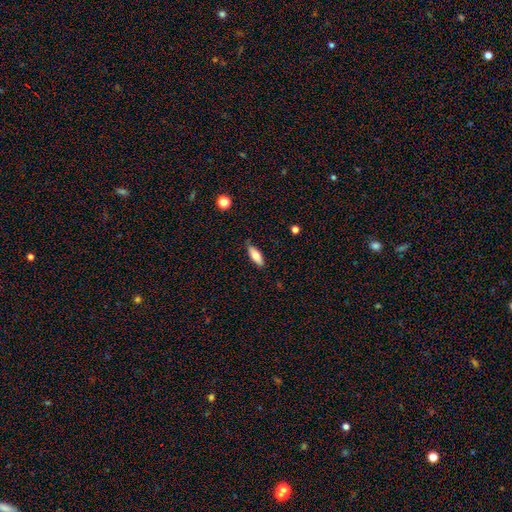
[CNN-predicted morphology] Smooth or featured? smooth (72%)
How rounded? in between (59%)
Merging? none (80%)